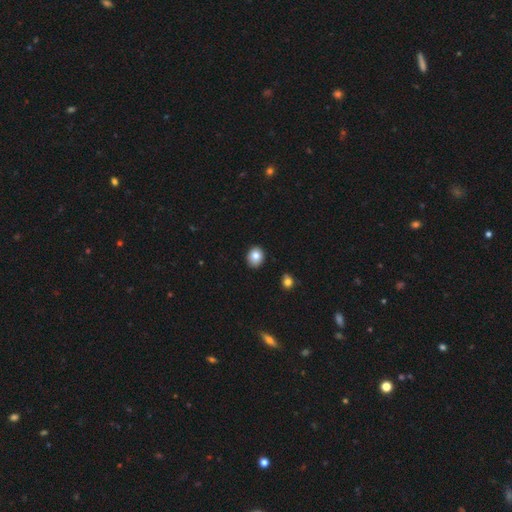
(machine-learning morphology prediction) smooth_or_featured: smooth (p=0.82) [alt: star or artifact p=0.09]
how_rounded: round (p=0.64) [alt: in between p=0.35]
merging: none (p=0.89) [alt: minor disturbance p=0.08]